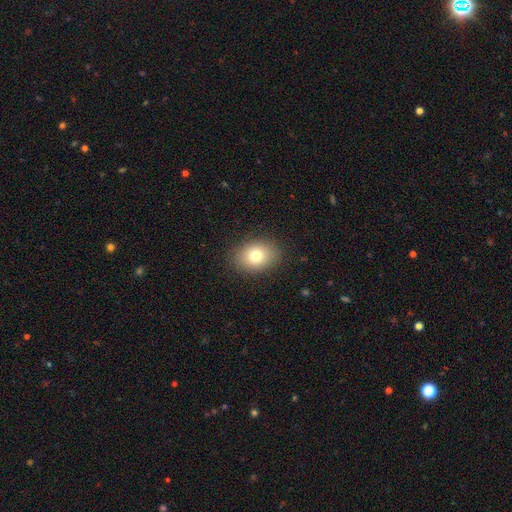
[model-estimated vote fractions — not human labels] smooth_or_featured: smooth (p=0.78) [alt: featured or disk p=0.12]
how_rounded: in between (p=0.65) [alt: round p=0.34]
merging: none (p=0.87) [alt: minor disturbance p=0.09]